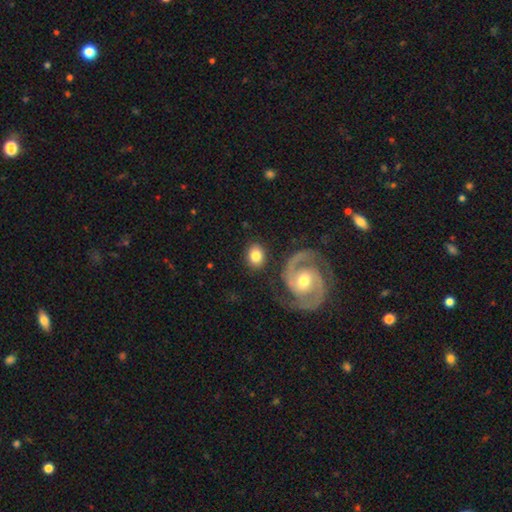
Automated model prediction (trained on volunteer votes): Smooth or featured: smooth — 71% (featured or disk — 22%)
How rounded: in between — 50% (round — 49%)
Merging: none — 80% (minor disturbance — 10%)